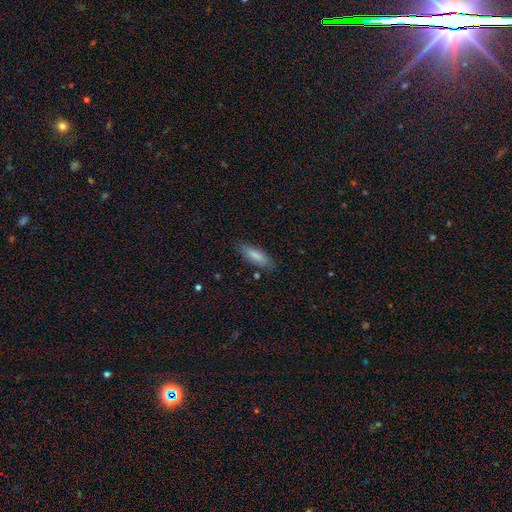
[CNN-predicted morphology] The model was most divided on "how rounded": in between: 50%, cigar-shaped: 49%, round: 2%. More confident: merging — none (79%); smooth or featured — smooth (78%).